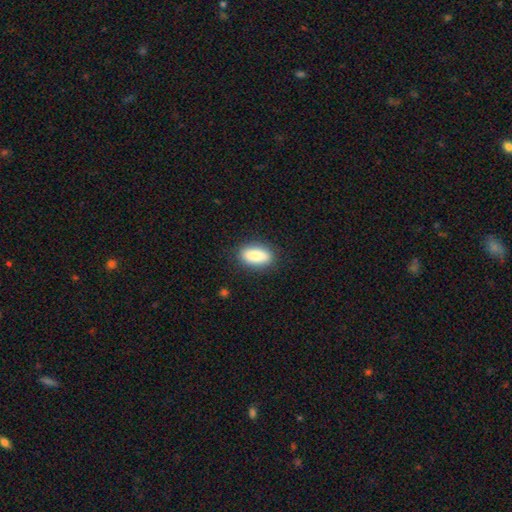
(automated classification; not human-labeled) Smooth or featured? Predicted: smooth (p=0.87). How rounded? Predicted: in between (p=0.85). Merging? Predicted: none (p=0.86).